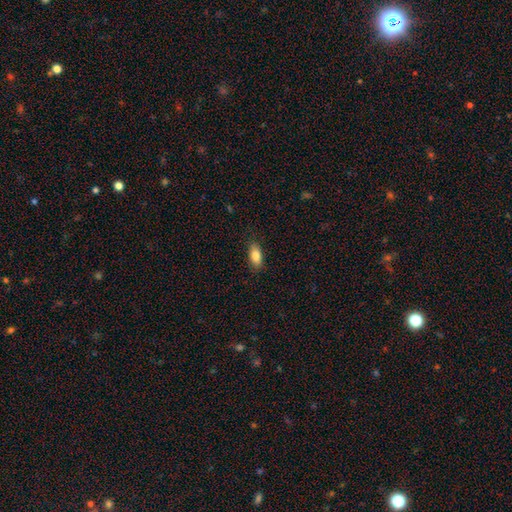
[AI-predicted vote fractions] Q: Smooth or featured?
A: smooth (85%); runner-up: featured or disk (8%)
Q: How rounded?
A: in between (89%); runner-up: cigar-shaped (7%)
Q: Merging?
A: none (86%); runner-up: minor disturbance (11%)